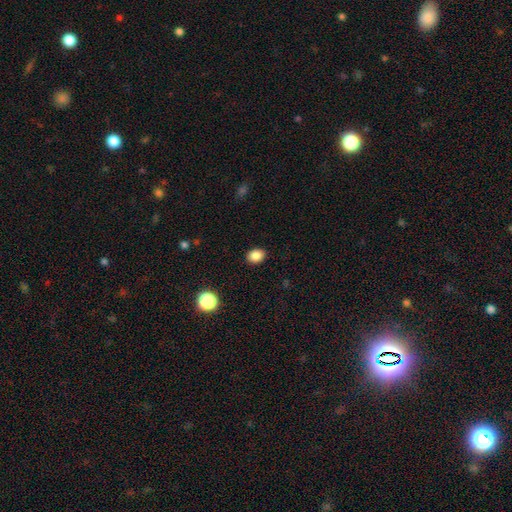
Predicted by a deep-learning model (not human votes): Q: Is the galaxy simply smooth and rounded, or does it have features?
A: smooth — 87%.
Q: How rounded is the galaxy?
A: in between — 59%.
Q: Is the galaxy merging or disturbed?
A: none — 89%.